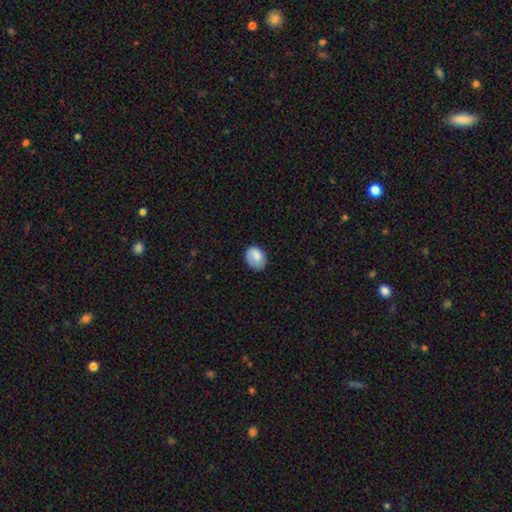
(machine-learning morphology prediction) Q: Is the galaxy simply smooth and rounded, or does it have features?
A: smooth — 82%.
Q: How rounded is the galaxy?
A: in between — 67%.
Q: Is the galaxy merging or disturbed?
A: none — 72%.